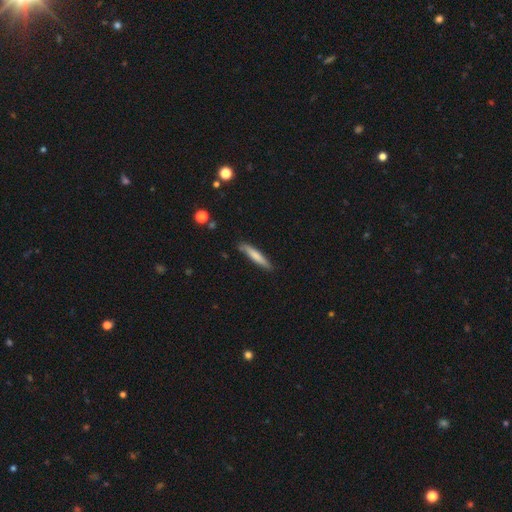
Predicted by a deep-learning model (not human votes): Q: Smooth or featured?
A: smooth (71%); runner-up: featured or disk (23%)
Q: How rounded?
A: cigar-shaped (92%); runner-up: in between (7%)
Q: Merging?
A: none (81%); runner-up: minor disturbance (14%)